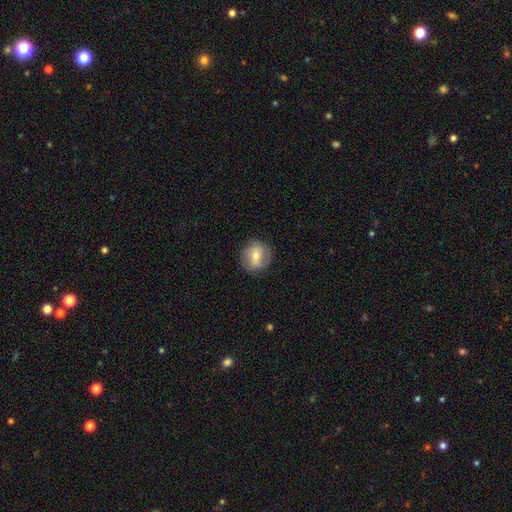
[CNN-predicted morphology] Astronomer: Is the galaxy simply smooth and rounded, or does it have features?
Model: smooth — 46%, tied with featured or disk at 46%.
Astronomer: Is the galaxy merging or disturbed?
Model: none — 83%.